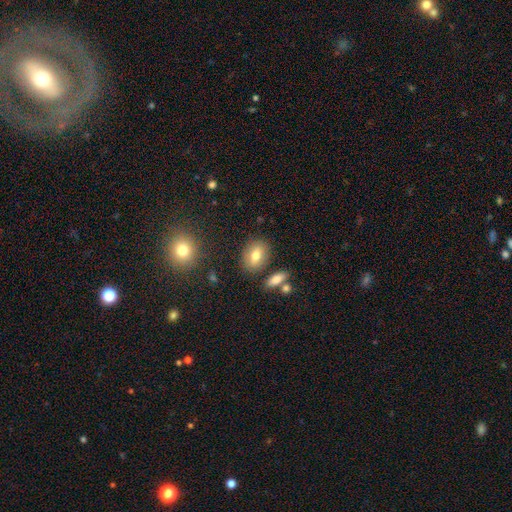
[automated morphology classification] A smooth galaxy with no disk features (74%) that is in between round and cigar-shaped (75%).

Vote fractions:
- Smooth or featured? smooth: 74% / featured or disk: 16% / star or artifact: 10%
- How rounded? in between: 75% / round: 22% / cigar-shaped: 3%
- Merging? none: 80% / minor disturbance: 10% / merger: 6% / major disturbance: 3%